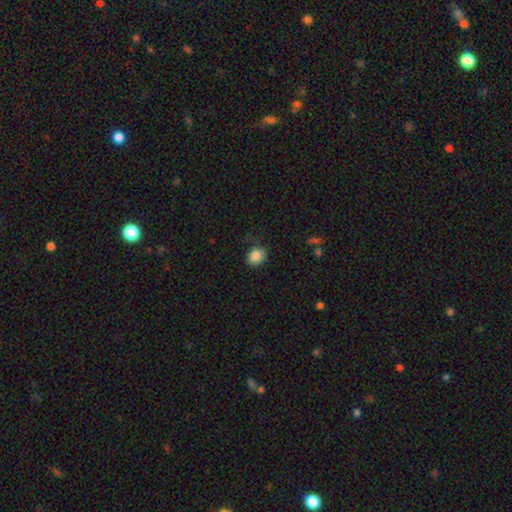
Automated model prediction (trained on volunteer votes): Overall: smooth (86%). How rounded: round (55%; in between 44%). Merging: none (71%).